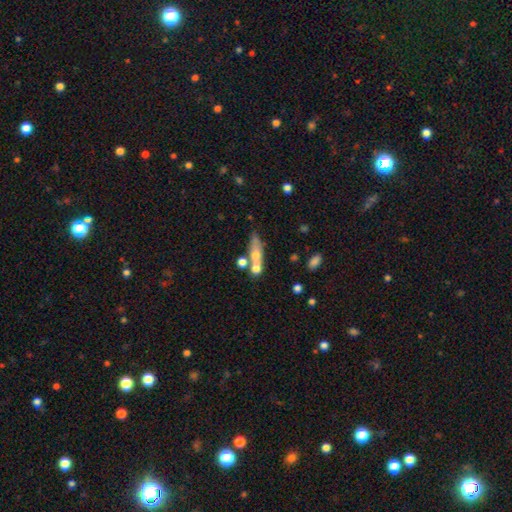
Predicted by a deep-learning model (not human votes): smooth 51%, featured or disk 39%, star or artifact 10%. Down the decision tree: how rounded — cigar-shaped (51%); merging — merger (40%).